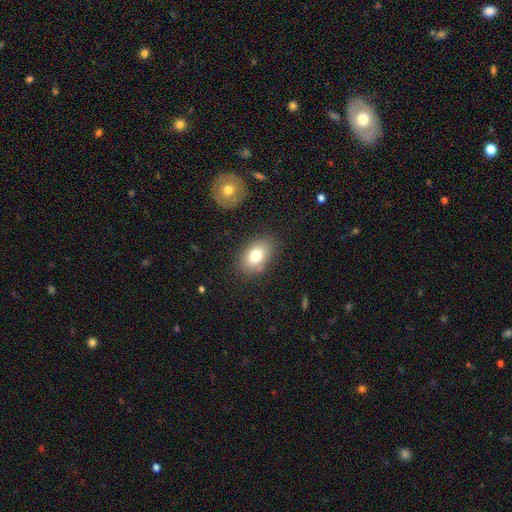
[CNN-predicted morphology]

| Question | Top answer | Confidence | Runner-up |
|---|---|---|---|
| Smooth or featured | smooth | 77% | featured or disk (14%) |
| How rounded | in between | 83% | round (16%) |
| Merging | none | 80% | minor disturbance (13%) |